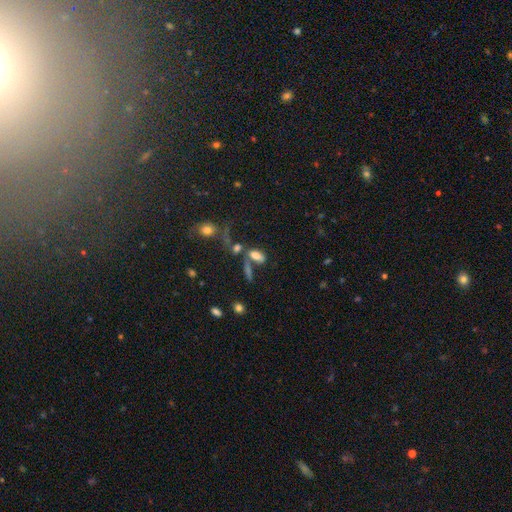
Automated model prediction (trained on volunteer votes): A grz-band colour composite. It shows a smooth galaxy with no disk features (72%) that is in between round and cigar-shaped (82%). Merging: none (40%).